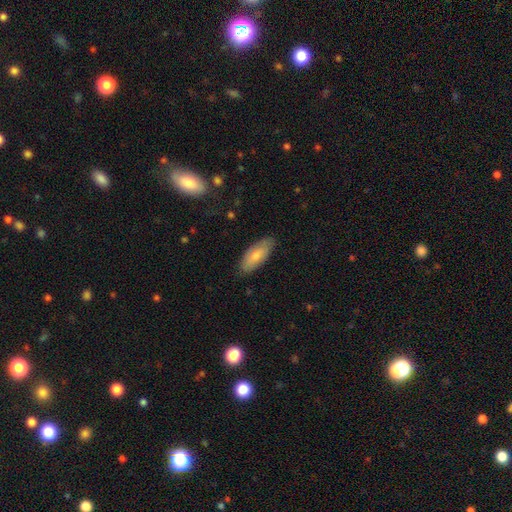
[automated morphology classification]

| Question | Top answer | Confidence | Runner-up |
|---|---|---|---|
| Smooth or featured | smooth | 77% | featured or disk (17%) |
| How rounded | in between | 82% | cigar-shaped (17%) |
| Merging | none | 82% | minor disturbance (14%) |